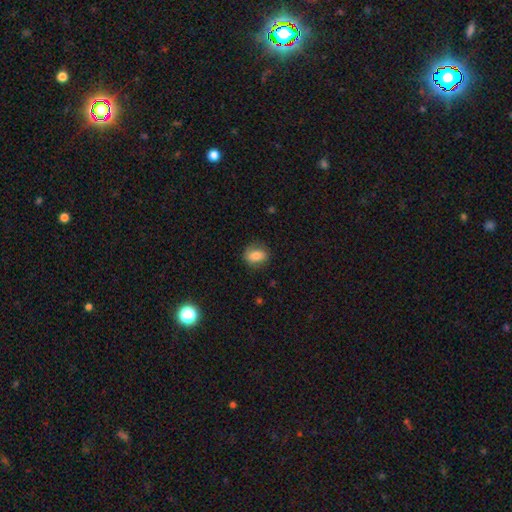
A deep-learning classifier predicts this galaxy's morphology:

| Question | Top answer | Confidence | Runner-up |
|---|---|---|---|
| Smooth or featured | smooth | 75% | featured or disk (17%) |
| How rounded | in between | 62% | round (36%) |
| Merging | none | 78% | minor disturbance (16%) |